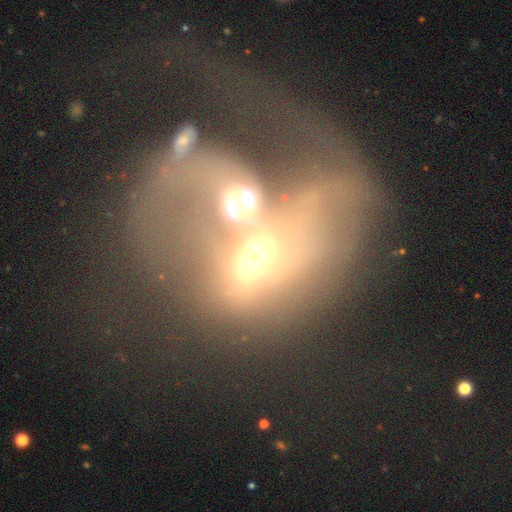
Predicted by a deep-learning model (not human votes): This appears to be a featured or disk galaxy (63%) with no bar (60%), no spiral arms (51%) and a moderate central bulge (55%). Merging: merger (66%).